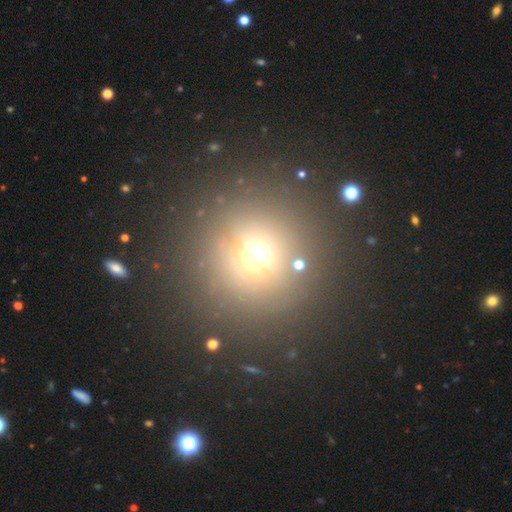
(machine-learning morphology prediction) The model was most divided on "smooth or featured": smooth: 57%, star or artifact: 28%, featured or disk: 15%. More confident: how rounded — round (91%); merging — none (82%).